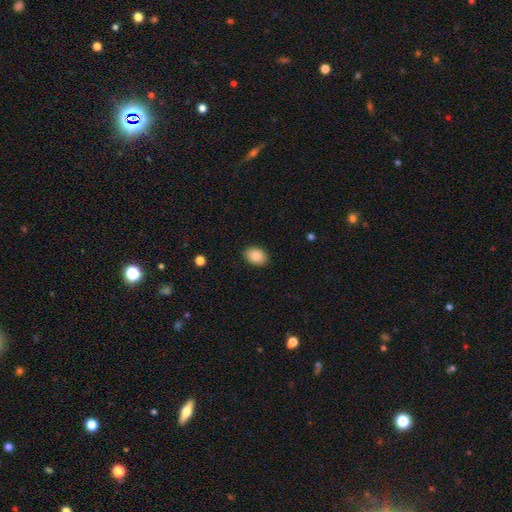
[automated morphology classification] Q: Smooth or featured?
A: smooth (85%); runner-up: star or artifact (8%)
Q: How rounded?
A: in between (76%); runner-up: round (23%)
Q: Merging?
A: none (89%); runner-up: minor disturbance (8%)